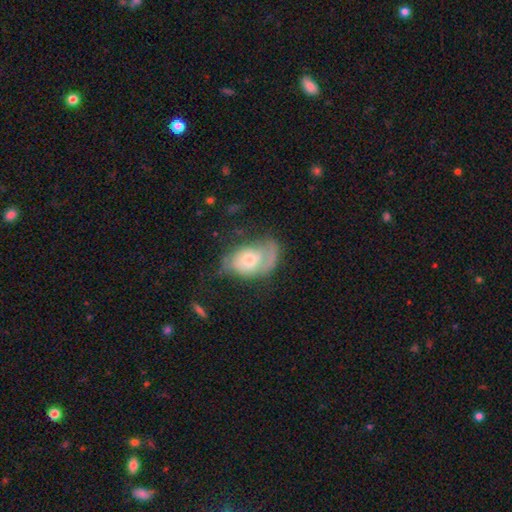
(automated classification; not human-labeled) Smooth or featured? Predicted: featured or disk (p=0.62). Edge-on disk? Predicted: no (p=0.95). Bar? Predicted: no (p=0.78). Spiral arms? Predicted: yes (p=0.76). Bulge size? Predicted: moderate (p=0.59). Merging? Predicted: none (p=0.45).